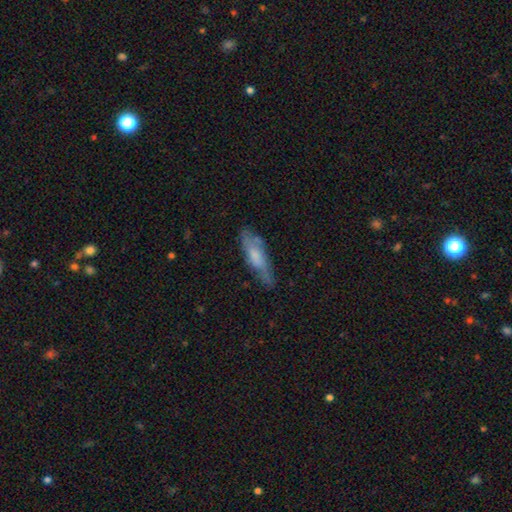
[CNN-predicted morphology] smooth_or_featured: smooth (p=0.56) [alt: featured or disk p=0.38]
how_rounded: cigar-shaped (p=0.63) [alt: in between p=0.35]
merging: none (p=0.66) [alt: minor disturbance p=0.25]